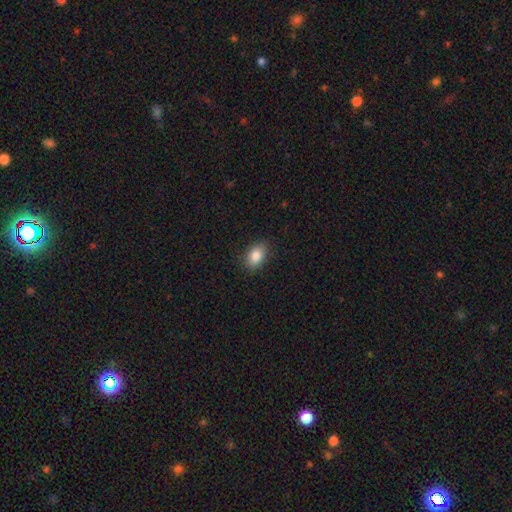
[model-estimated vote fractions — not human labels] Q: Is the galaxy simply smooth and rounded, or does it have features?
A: smooth — 85%.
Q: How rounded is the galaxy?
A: in between — 85%.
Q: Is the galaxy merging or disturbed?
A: none — 87%.